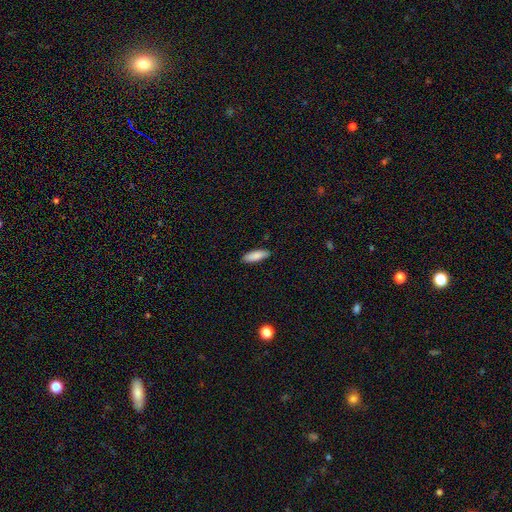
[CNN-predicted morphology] smooth 87%, featured or disk 7%, star or artifact 6%. Down the decision tree: how rounded — in between (57%); merging — none (88%).